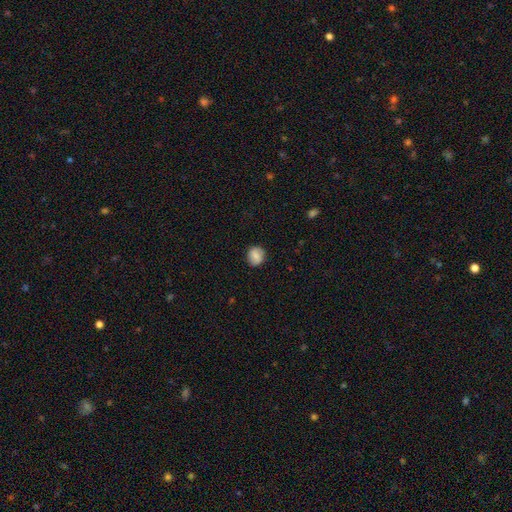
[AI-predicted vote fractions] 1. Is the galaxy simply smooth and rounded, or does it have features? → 76% smooth, 16% featured or disk, 8% star or artifact.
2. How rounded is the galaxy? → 77% round, 22% in between, 1% cigar-shaped.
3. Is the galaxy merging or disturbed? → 85% none, 11% minor disturbance, 3% major disturbance, 1% merger.